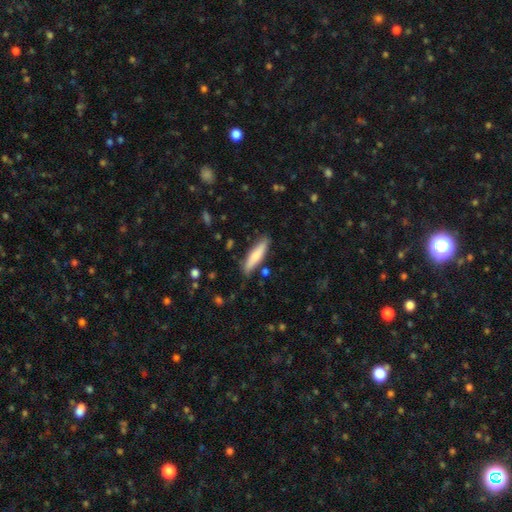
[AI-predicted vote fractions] Smooth or featured?
  - smooth: 75% *
  - featured or disk: 19%
  - star or artifact: 6%
How rounded?
  - cigar-shaped: 76% *
  - in between: 22%
  - round: 1%
Merging?
  - none: 83% *
  - minor disturbance: 12%
  - merger: 3%
  - major disturbance: 2%